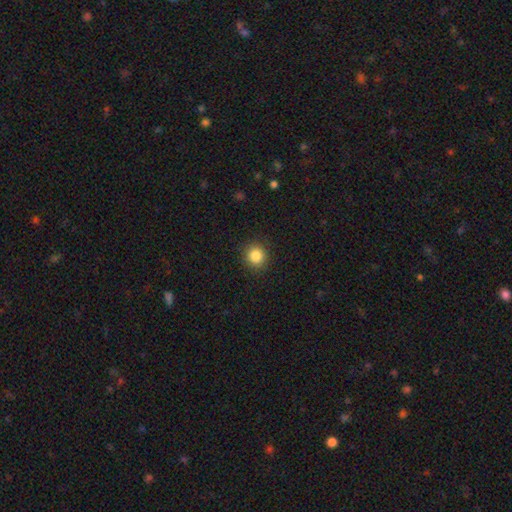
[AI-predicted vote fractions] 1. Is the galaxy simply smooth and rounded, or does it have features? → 85% smooth, 11% star or artifact, 5% featured or disk.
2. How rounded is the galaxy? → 90% round, 9% in between, 1% cigar-shaped.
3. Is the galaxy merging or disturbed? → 91% none, 6% minor disturbance, 2% major disturbance, 1% merger.